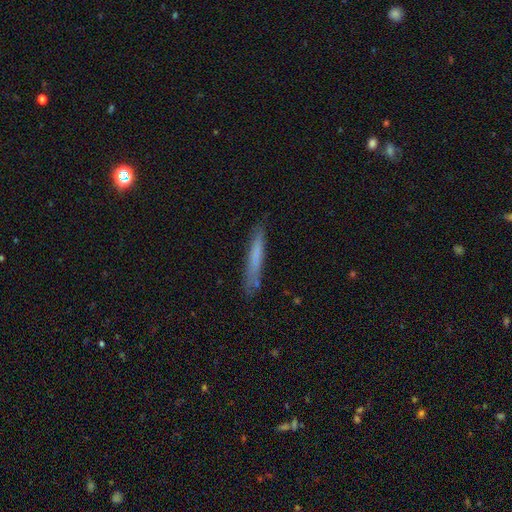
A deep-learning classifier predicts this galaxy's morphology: This is likely a smooth galaxy (64%). How rounded: clearly cigar-shaped (95%). Merging: clearly none (83%).